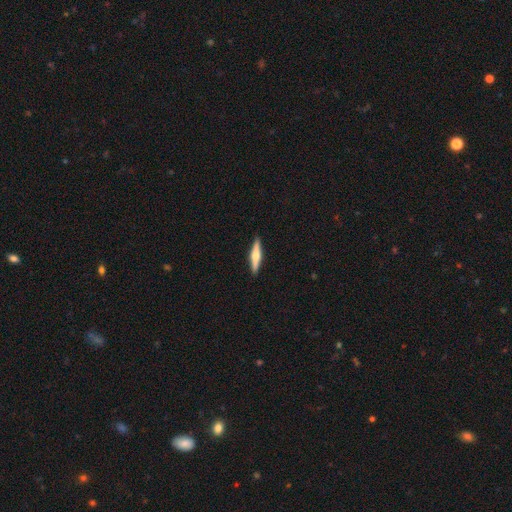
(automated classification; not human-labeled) Overall: featured or disk (56%; smooth 38%). Edge-on disk: yes (97%). Edge-on bulge: rounded (83%). Merging: none (91%).